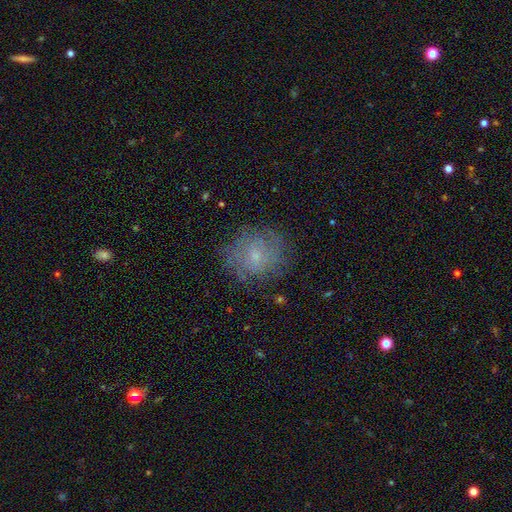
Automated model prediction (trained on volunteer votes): Morphology: type=smooth (46%); merging=none (74%).